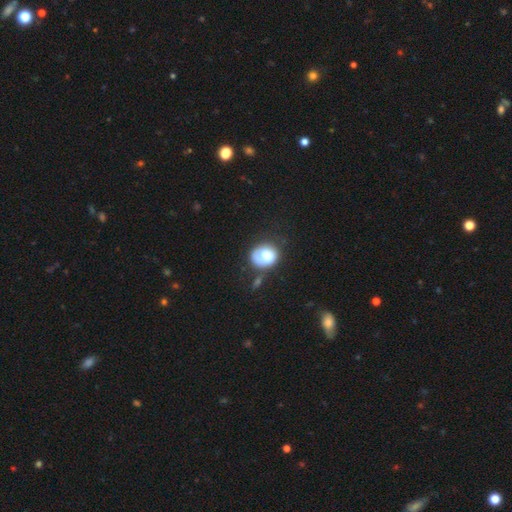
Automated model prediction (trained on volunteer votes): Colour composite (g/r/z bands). It shows a smooth galaxy with no disk features (58%) that is round (72%). Merging: none (71%).